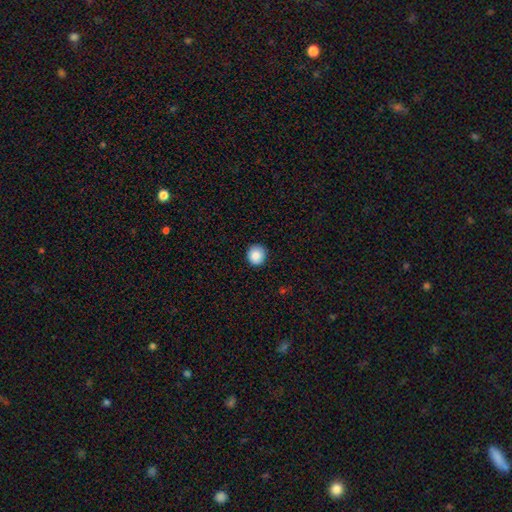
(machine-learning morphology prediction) Q: Smooth or featured?
A: smooth (87%); runner-up: star or artifact (9%)
Q: How rounded?
A: round (90%); runner-up: in between (9%)
Q: Merging?
A: none (90%); runner-up: minor disturbance (7%)